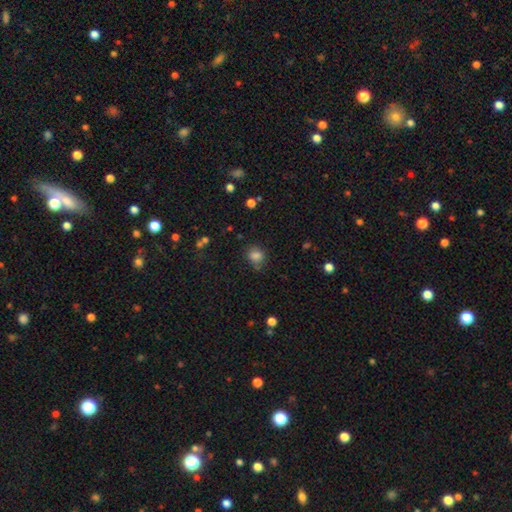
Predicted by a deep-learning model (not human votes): A smooth galaxy with no disk features (82%) that is round (73%). Merging: none (72%).